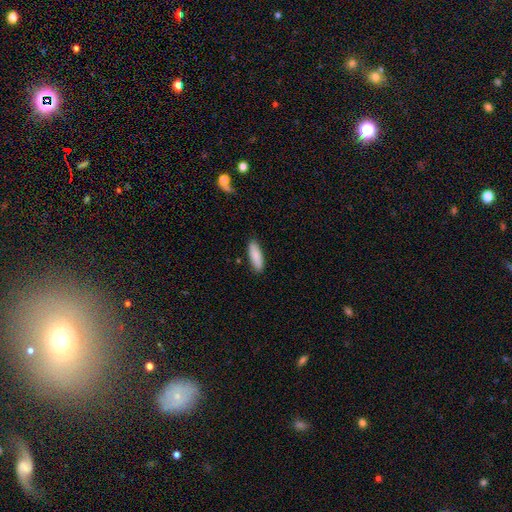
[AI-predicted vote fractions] Smooth or featured? smooth (88%)
How rounded? in between (51%)
Merging? none (89%)